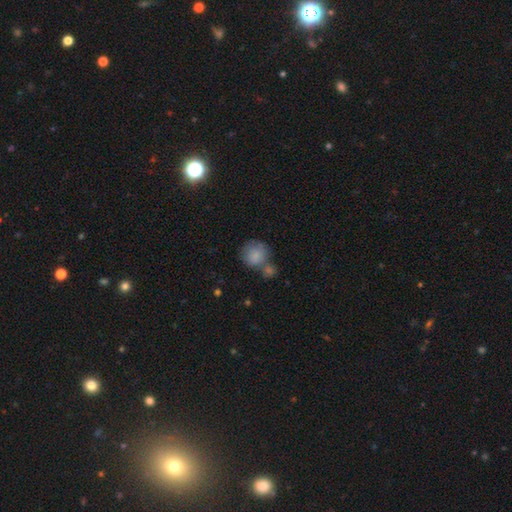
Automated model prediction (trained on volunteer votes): Smooth or featured?
  - smooth: 84% *
  - featured or disk: 9%
  - star or artifact: 8%
How rounded?
  - round: 84% *
  - in between: 15%
  - cigar-shaped: 1%
Merging?
  - none: 43% *
  - merger: 35%
  - minor disturbance: 15%
  - major disturbance: 7%